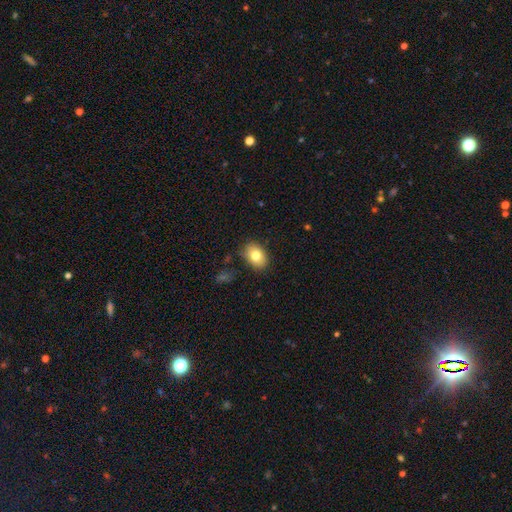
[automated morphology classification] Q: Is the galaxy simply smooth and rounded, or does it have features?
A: smooth — 78%.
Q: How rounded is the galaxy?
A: in between — 78%.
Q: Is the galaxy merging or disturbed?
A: none — 84%.